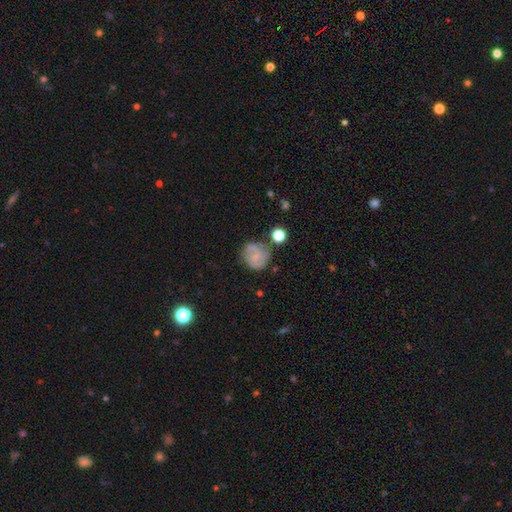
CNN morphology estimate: A smooth galaxy with no disk features (46%).

Vote fractions:
- Smooth or featured? smooth: 46% / featured or disk: 44% / star or artifact: 10%
- Merging? none: 61% / minor disturbance: 22% / major disturbance: 9% / merger: 8%